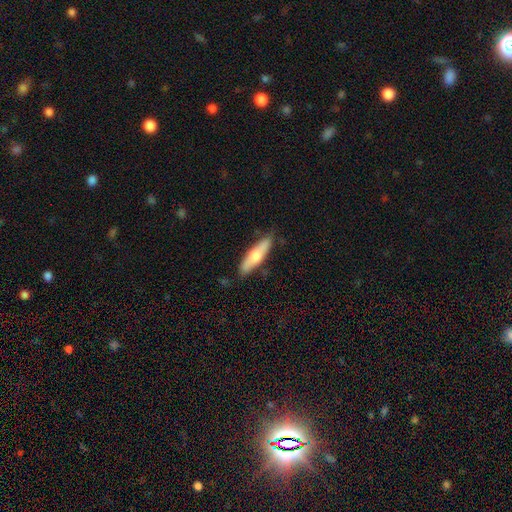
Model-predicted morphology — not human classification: Smooth or featured? Predicted: smooth (p=0.56). How rounded? Predicted: cigar-shaped (p=0.66). Merging? Predicted: none (p=0.83).